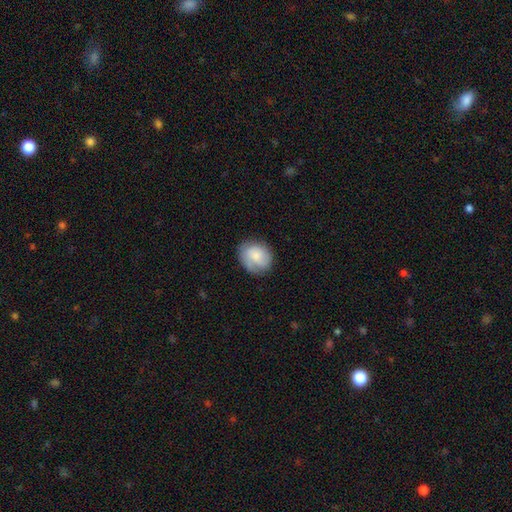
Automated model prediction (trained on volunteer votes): Q: Smooth or featured?
A: smooth (65%); runner-up: featured or disk (28%)
Q: How rounded?
A: round (67%); runner-up: in between (32%)
Q: Merging?
A: none (73%); runner-up: minor disturbance (19%)